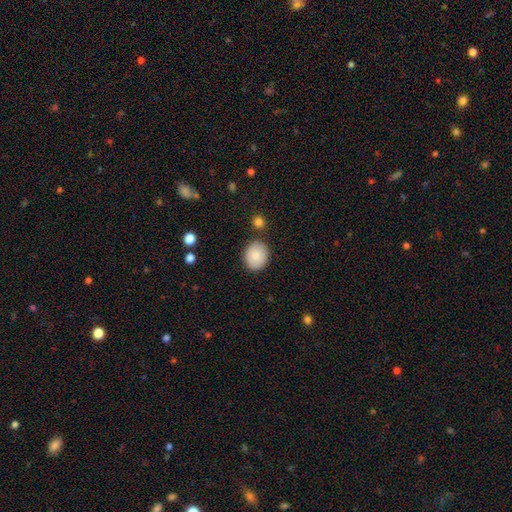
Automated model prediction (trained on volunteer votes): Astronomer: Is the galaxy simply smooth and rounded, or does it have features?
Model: smooth — 86%.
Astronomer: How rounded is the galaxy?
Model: round — 55% (runner-up: in between, 44%).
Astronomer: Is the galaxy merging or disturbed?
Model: none — 84%.